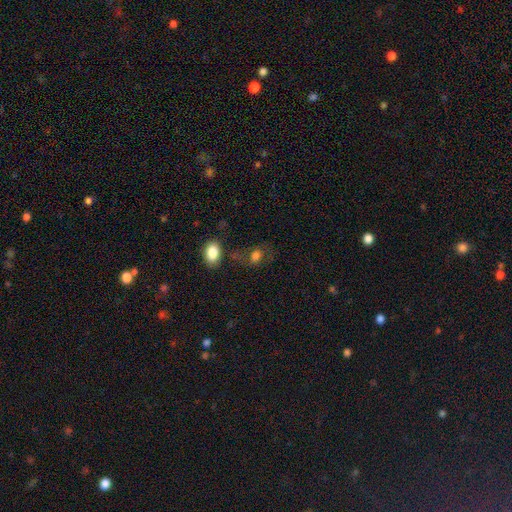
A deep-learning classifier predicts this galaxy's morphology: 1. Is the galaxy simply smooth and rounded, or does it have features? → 72% smooth, 16% featured or disk, 12% star or artifact.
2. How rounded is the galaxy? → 70% in between, 28% round, 2% cigar-shaped.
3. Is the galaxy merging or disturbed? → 60% none, 19% minor disturbance, 12% major disturbance, 10% merger.